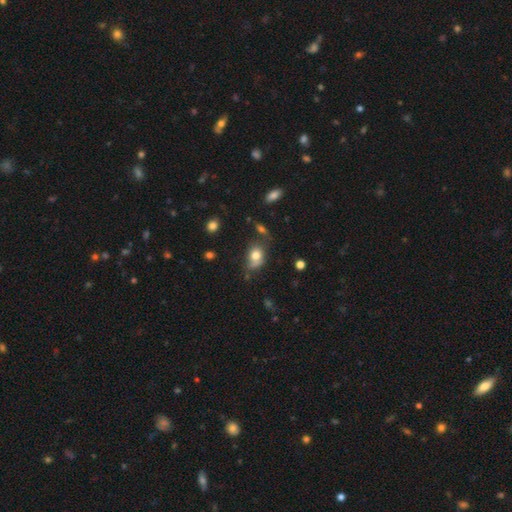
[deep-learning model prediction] smooth 75%, featured or disk 14%, star or artifact 10%. Down the decision tree: how rounded — in between (59%); merging — none (43%).